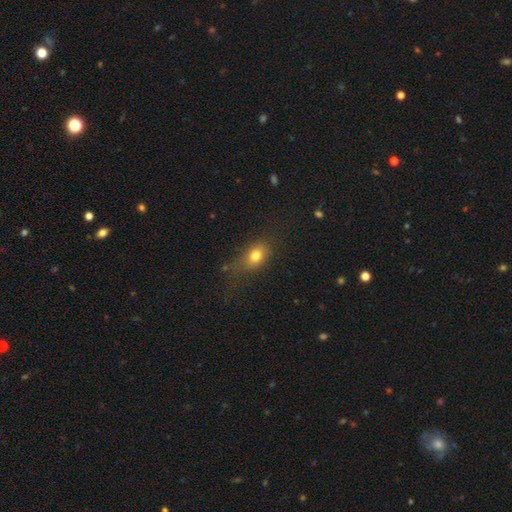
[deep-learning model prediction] Smooth or featured? smooth (77%)
How rounded? in between (71%)
Merging? none (60%)